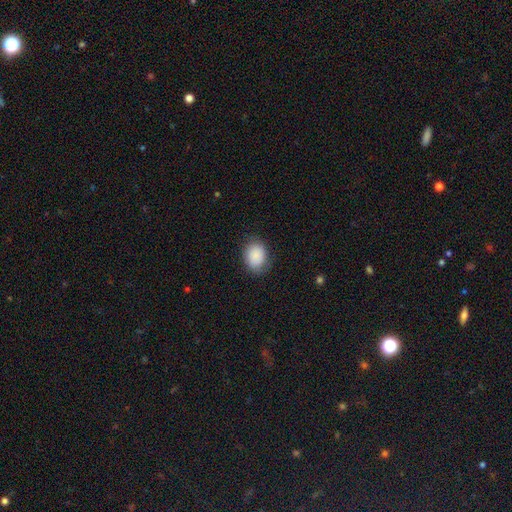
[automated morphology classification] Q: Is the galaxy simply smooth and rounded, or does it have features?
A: smooth — 89%.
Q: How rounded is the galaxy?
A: in between — 65%.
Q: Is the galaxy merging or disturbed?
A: none — 81%.